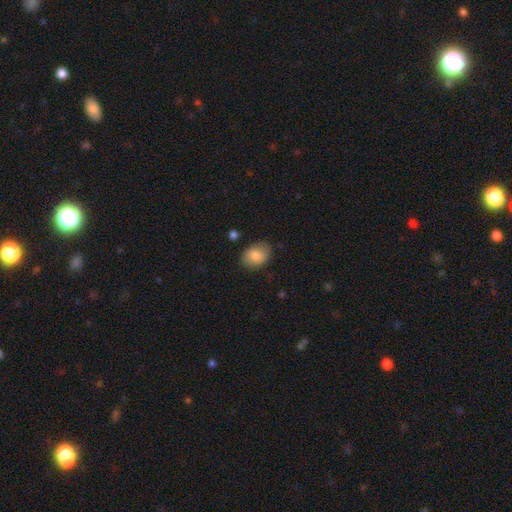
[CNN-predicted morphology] Smooth or featured? smooth (82%)
How rounded? in between (71%)
Merging? none (80%)